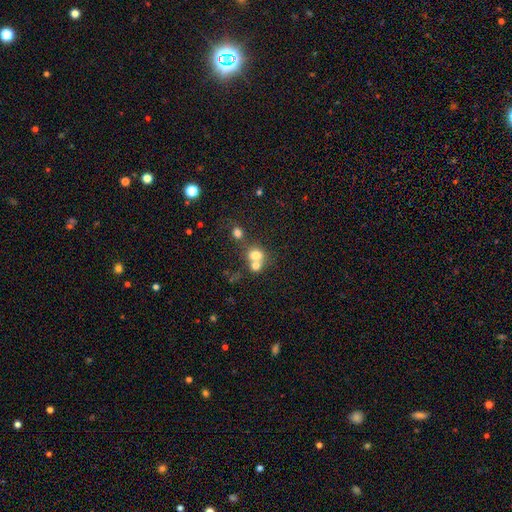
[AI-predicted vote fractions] Overall: smooth (71%). How rounded: round (71%). Merging: merger (58%; none 31%).